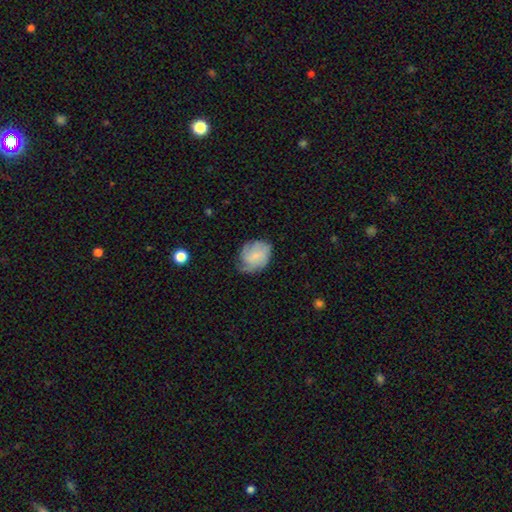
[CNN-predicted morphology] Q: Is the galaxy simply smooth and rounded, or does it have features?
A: smooth — 49%.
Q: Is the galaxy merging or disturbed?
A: none — 56%.